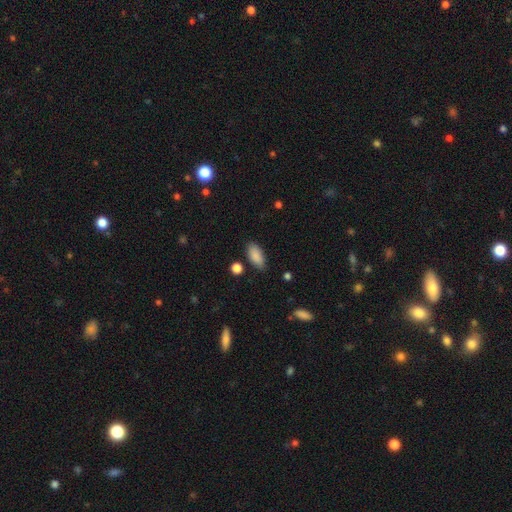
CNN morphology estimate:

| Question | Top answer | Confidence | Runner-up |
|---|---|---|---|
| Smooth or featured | smooth | 88% | star or artifact (7%) |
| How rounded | in between | 89% | cigar-shaped (8%) |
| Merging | none | 80% | minor disturbance (14%) |